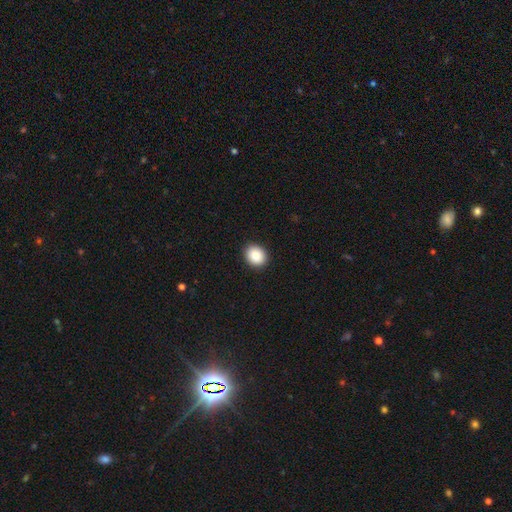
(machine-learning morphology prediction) The model was most divided on "how rounded": round: 59%, in between: 40%, cigar-shaped: 1%. More confident: merging — none (91%); smooth or featured — smooth (89%).